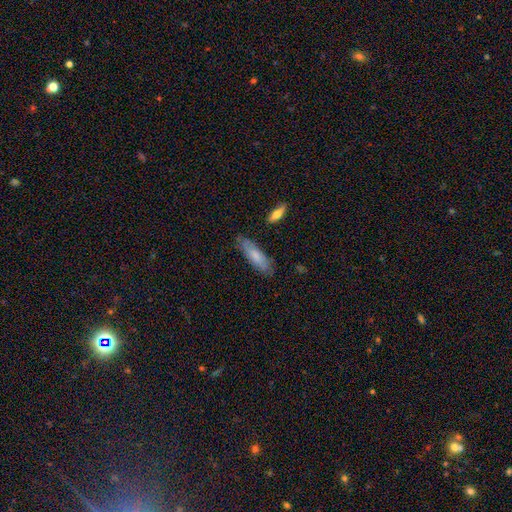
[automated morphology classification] This appears to be a smooth galaxy with no disk features (71%) that is cigar-shaped (53%). Merging: none (76%).